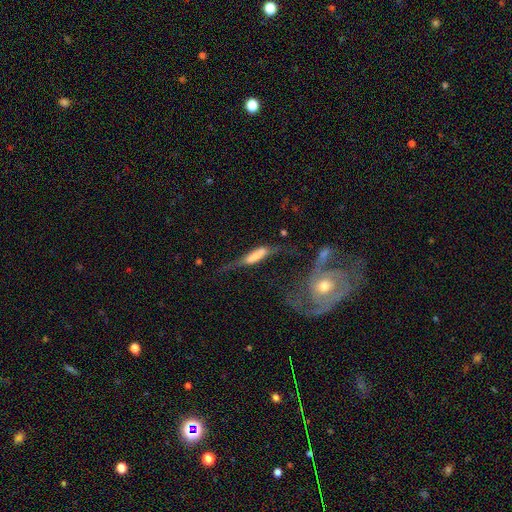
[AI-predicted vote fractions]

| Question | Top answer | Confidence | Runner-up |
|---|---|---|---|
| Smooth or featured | smooth | 50% | featured or disk (42%) |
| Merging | major disturbance | 37% | none (28%) |